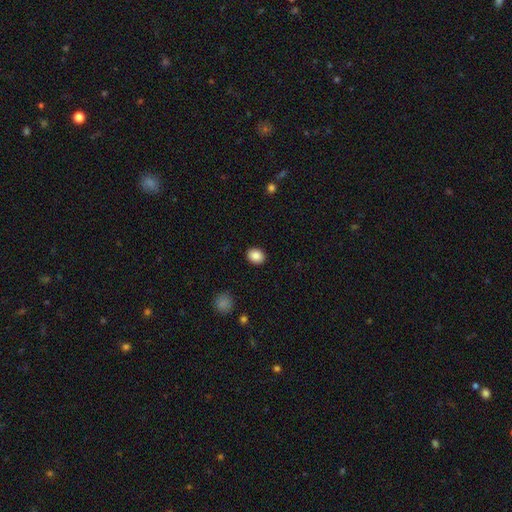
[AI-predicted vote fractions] This is clearly a smooth galaxy (87%). How rounded: possibly round (50%). Merging: clearly none (90%).